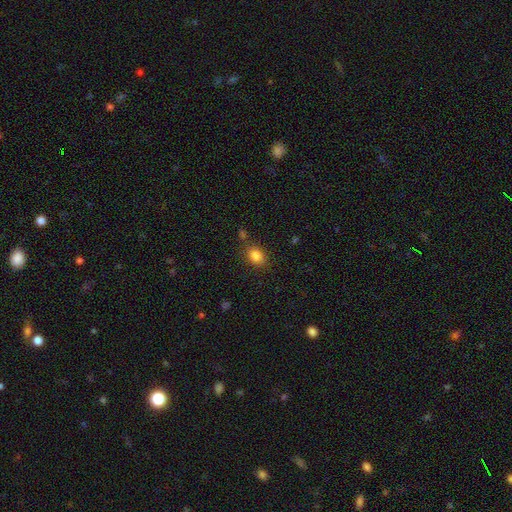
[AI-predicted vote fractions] Smooth or featured?
  - smooth: 84% *
  - star or artifact: 10%
  - featured or disk: 5%
How rounded?
  - in between: 64% *
  - round: 35%
  - cigar-shaped: 1%
Merging?
  - none: 79% *
  - minor disturbance: 12%
  - merger: 5%
  - major disturbance: 4%